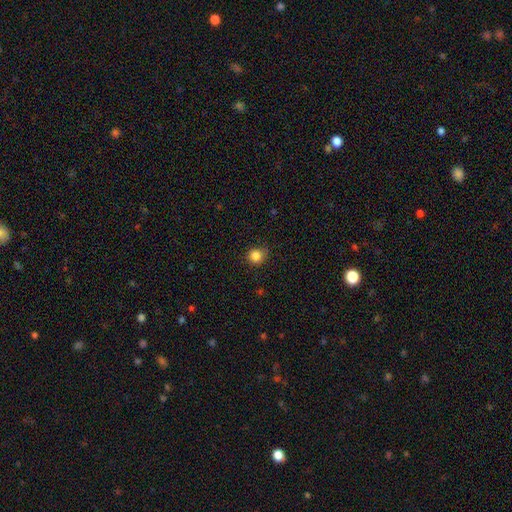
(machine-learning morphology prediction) This is clearly a smooth galaxy (84%). How rounded: clearly round (84%). Merging: likely none (78%).